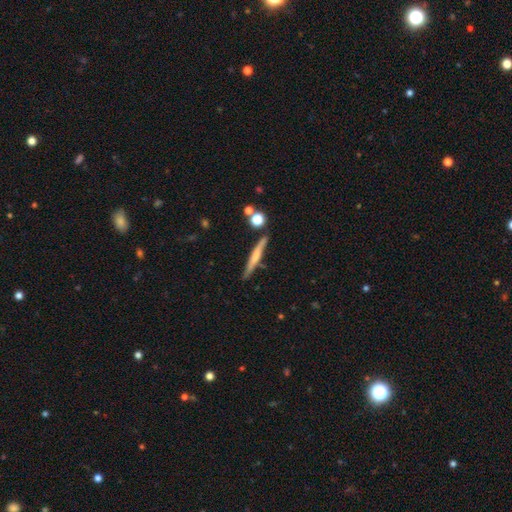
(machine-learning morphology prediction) The model was most divided on "smooth or featured": featured or disk: 47%, smooth: 46%, star or artifact: 7%. More confident: merging — none (79%).